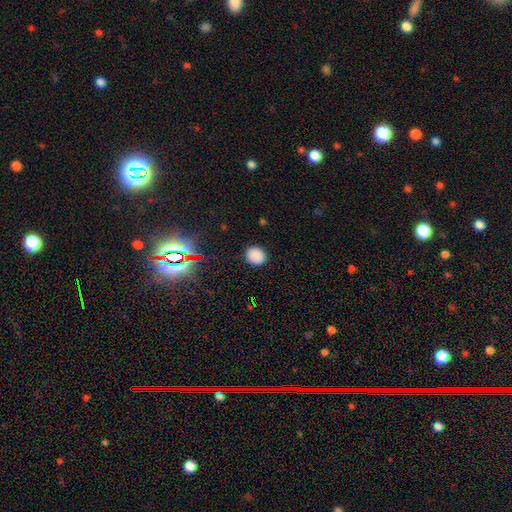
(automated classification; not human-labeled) This appears to be a smooth galaxy with no disk features (84%) that is round (72%). Merging: none (89%).